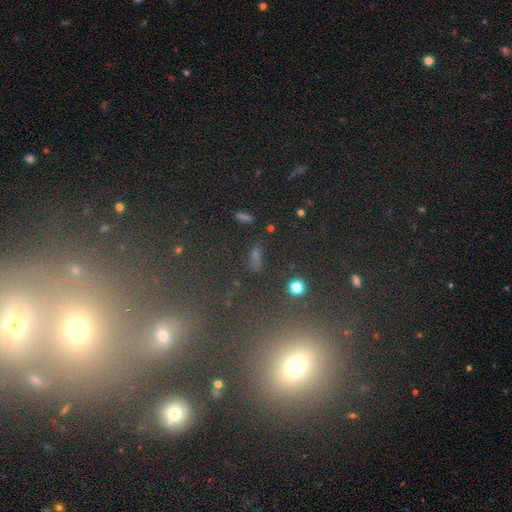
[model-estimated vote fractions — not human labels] A star or artifact, not a galaxy (48%).